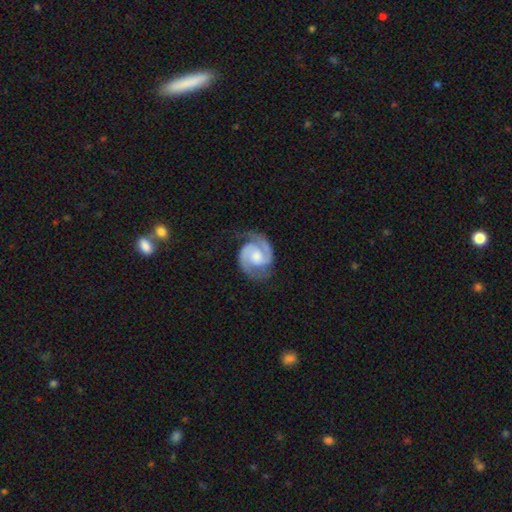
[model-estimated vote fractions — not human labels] Overall: featured or disk (91%). Edge-on disk: no (98%). Bar: no (57%; weak 34%). Spiral arms: yes (98%). Spiral arm count: 2 (93%). Spiral winding: medium (52%; tight 38%). Bulge size: moderate (50%; small 24%). Merging: none (75%).